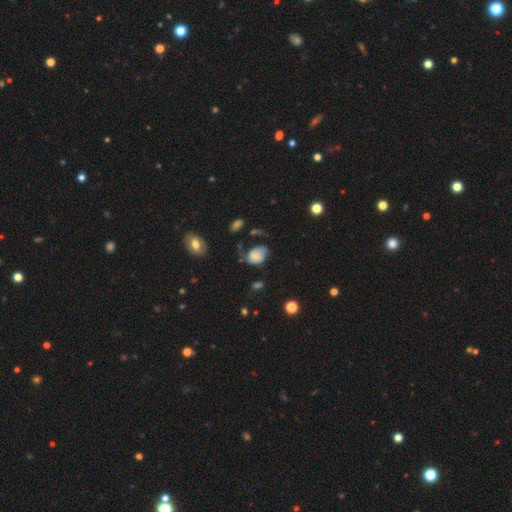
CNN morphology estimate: Overall: smooth (53%; featured or disk 37%). How rounded: in between (67%; round 32%). Merging: none (33%, tied with minor disturbance).